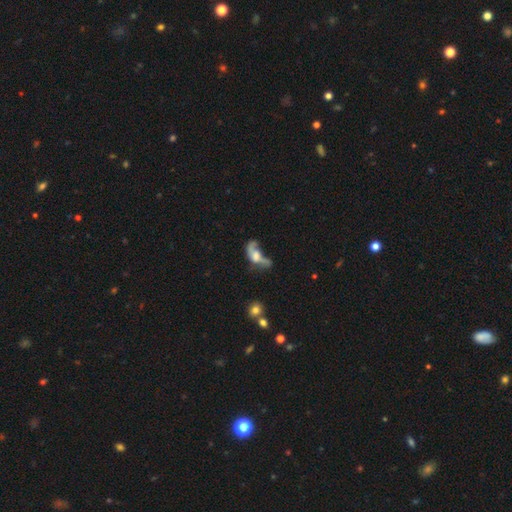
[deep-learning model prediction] smooth-or-featured: featured or disk: 55% | smooth: 34% | star or artifact: 11%
  disk-edge-on: no: 92% | yes: 8%
    bar: no: 74% | weak: 21% | strong: 6%
    has-spiral-arms: yes: 51% | no: 49%
    bulge-size: moderate: 42% | large: 23% | small: 17% | none: 15% | dominant: 4%
  merging: major disturbance: 44% | merger: 22% | none: 19% | minor disturbance: 14%